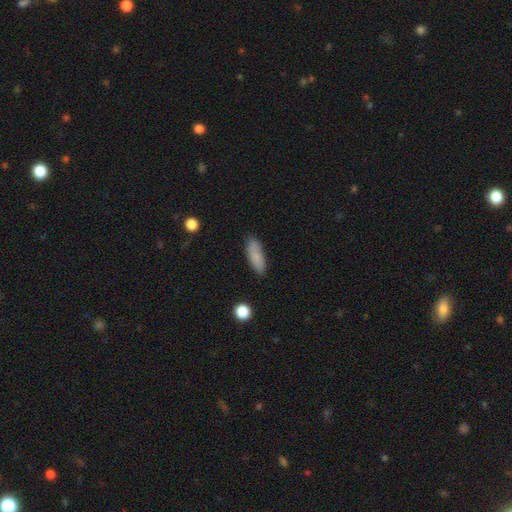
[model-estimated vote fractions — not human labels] Smooth or featured?
  - smooth: 84% *
  - featured or disk: 9%
  - star or artifact: 7%
How rounded?
  - in between: 62% *
  - cigar-shaped: 35%
  - round: 2%
Merging?
  - none: 82% *
  - minor disturbance: 14%
  - major disturbance: 3%
  - merger: 2%